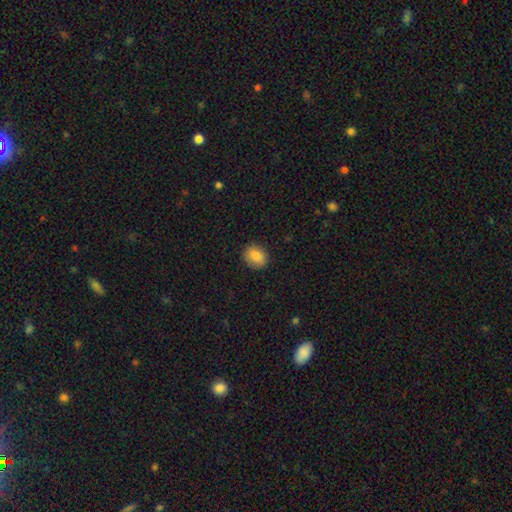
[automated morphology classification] type=smooth (86%); roundness=round (51%); merging=none (86%).